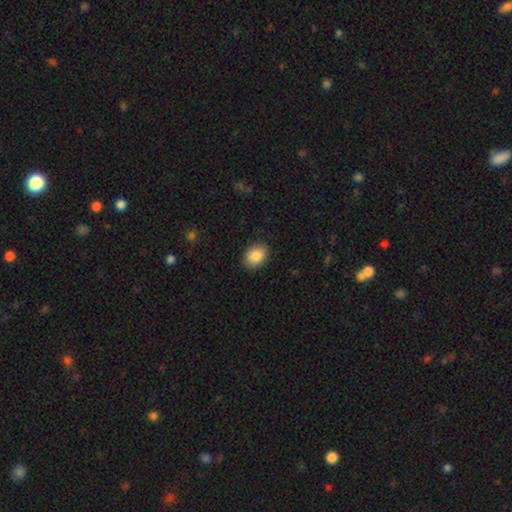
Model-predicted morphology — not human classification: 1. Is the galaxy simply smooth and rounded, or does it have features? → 88% smooth, 7% star or artifact, 5% featured or disk.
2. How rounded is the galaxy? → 70% in between, 29% round, 1% cigar-shaped.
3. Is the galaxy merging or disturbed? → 89% none, 8% minor disturbance, 2% major disturbance, 1% merger.